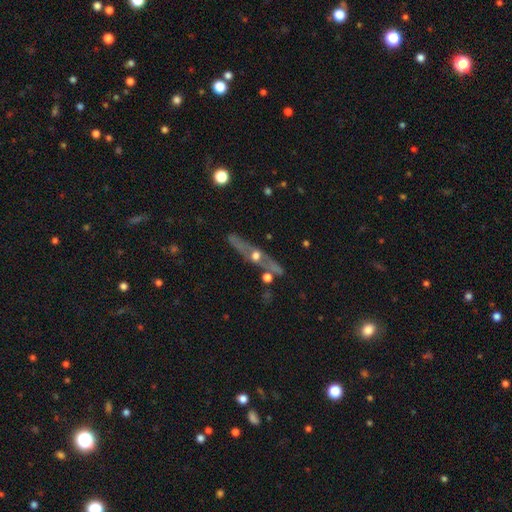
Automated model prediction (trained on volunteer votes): Smooth or featured? featured or disk (71%)
Edge-on disk? yes (87%)
Edge-on bulge? rounded (91%)
Merging? none (76%)